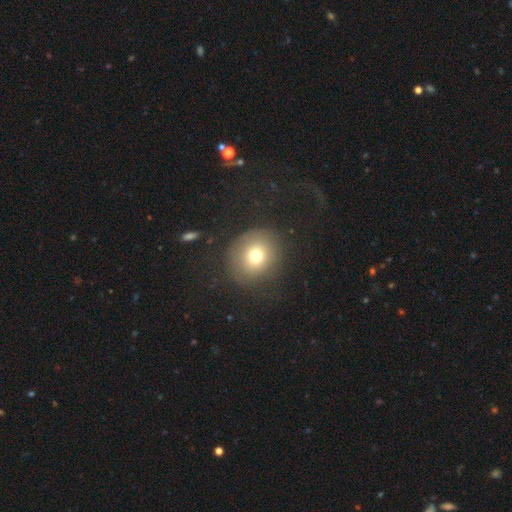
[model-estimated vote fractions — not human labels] smooth_or_featured: smooth (p=0.71) [alt: star or artifact p=0.14]
how_rounded: round (p=0.85) [alt: in between p=0.14]
merging: none (p=0.78) [alt: minor disturbance p=0.12]